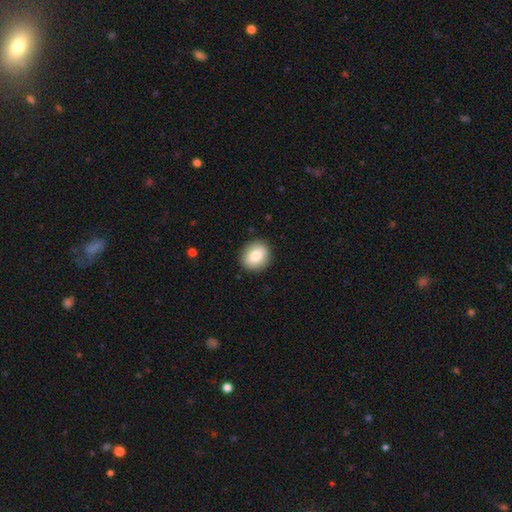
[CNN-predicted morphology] This appears to be a smooth galaxy with no disk features (81%) that is round (69%). Merging: none (90%).